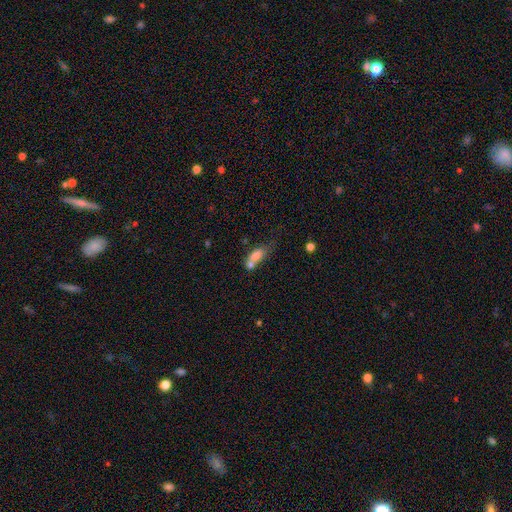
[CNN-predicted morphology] Smooth or featured? smooth (73%)
How rounded? in between (75%)
Merging? merger (47%)